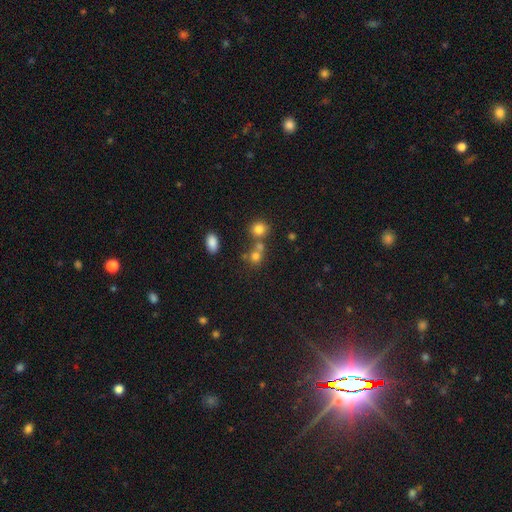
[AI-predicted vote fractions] Smooth or featured: smooth — 73% (star or artifact — 17%)
How rounded: round — 75% (in between — 24%)
Merging: none — 48% (merger — 39%)